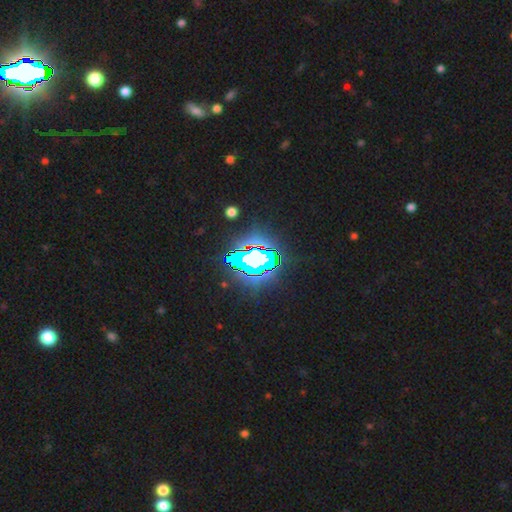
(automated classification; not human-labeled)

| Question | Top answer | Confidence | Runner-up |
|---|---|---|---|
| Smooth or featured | star or artifact | 83% | smooth (10%) |